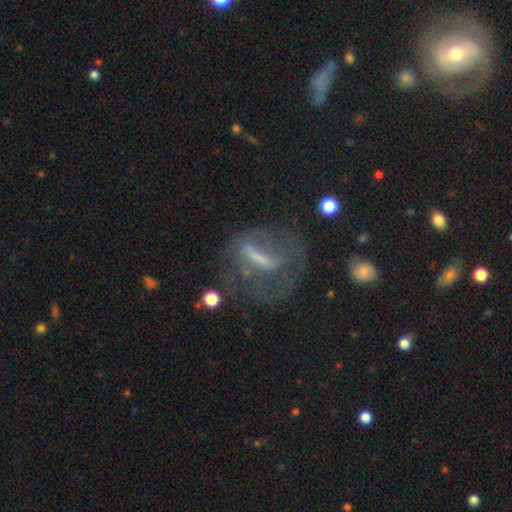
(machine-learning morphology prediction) A featured or disk galaxy (63%) with a strong bar (51%), no spiral arms (51%) and no central bulge (36%). Merging: none (44%).